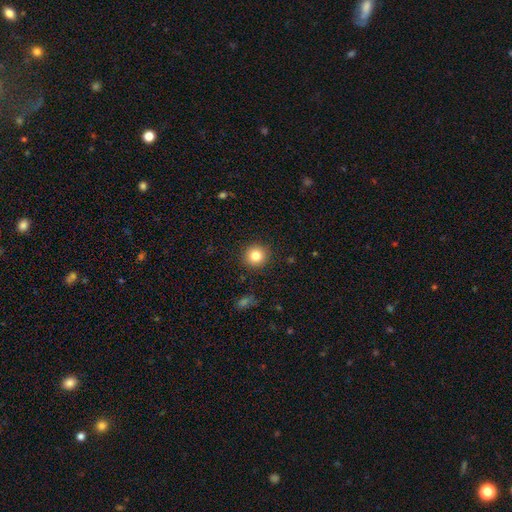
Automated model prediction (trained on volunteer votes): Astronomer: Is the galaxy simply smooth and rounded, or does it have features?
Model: smooth — 83%.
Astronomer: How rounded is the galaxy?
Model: round — 93%.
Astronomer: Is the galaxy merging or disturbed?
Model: none — 91%.